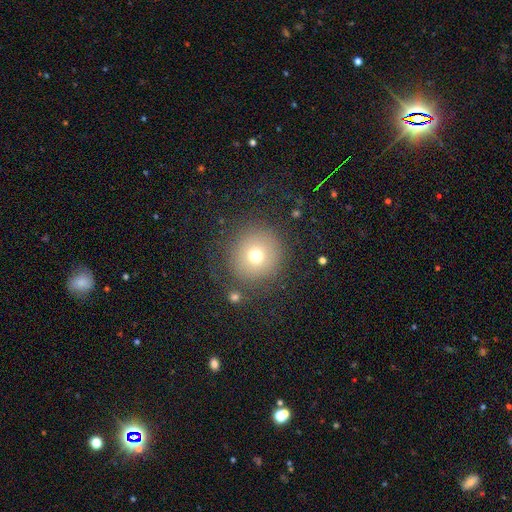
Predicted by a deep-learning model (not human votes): This is likely a smooth galaxy (70%). How rounded: clearly round (94%). Merging: likely none (79%).